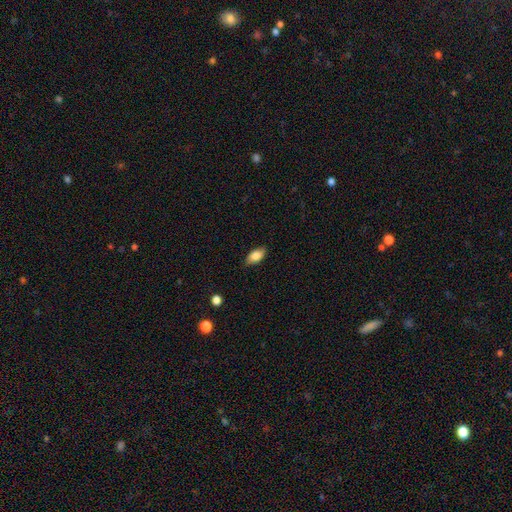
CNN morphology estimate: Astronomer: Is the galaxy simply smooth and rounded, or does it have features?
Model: smooth — 84%.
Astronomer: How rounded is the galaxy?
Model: in between — 91%.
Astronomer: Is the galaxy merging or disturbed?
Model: none — 85%.